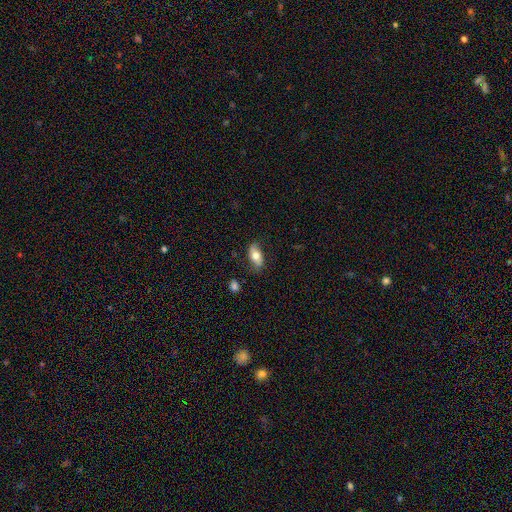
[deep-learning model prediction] A smooth galaxy with no disk features (67%) that is in between round and cigar-shaped (88%).

Vote fractions:
- Smooth or featured? smooth: 67% / featured or disk: 26% / star or artifact: 7%
- How rounded? in between: 88% / cigar-shaped: 8% / round: 4%
- Merging? none: 76% / minor disturbance: 18% / major disturbance: 4% / merger: 2%